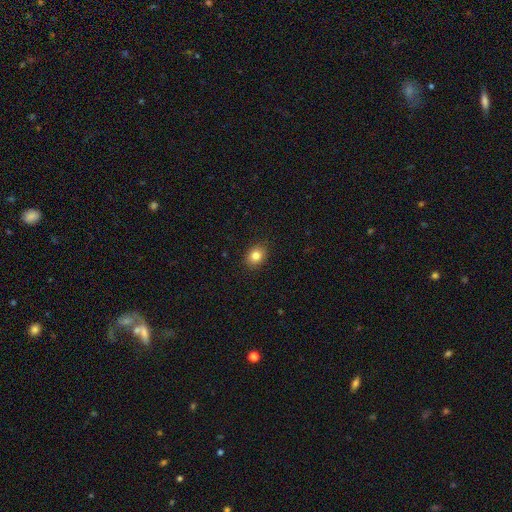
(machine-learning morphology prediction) Smooth or featured? Predicted: smooth (p=0.83). How rounded? Predicted: in between (p=0.52). Merging? Predicted: none (p=0.89).